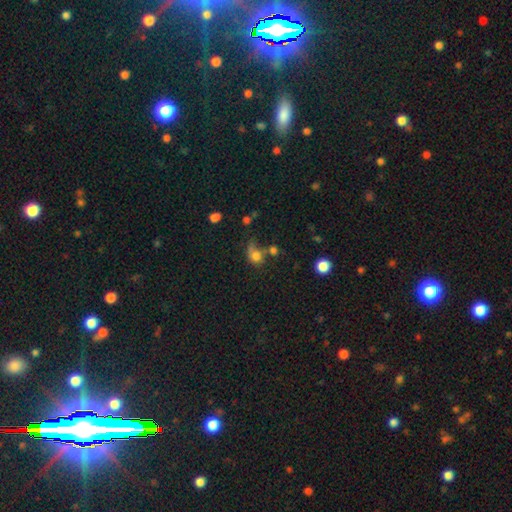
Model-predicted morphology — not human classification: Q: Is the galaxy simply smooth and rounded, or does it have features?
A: smooth — 74%.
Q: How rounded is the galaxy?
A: round — 61%.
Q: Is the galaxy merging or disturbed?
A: none — 30%.